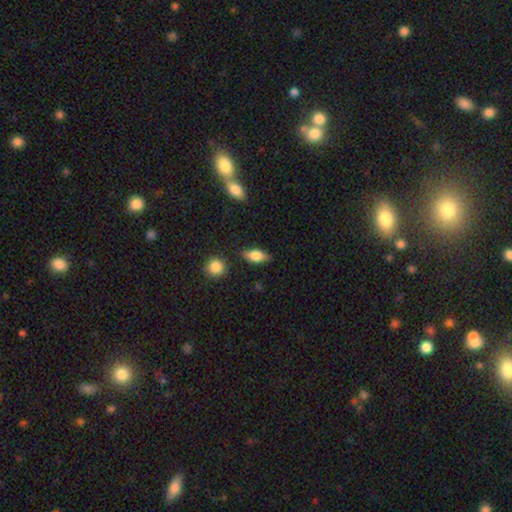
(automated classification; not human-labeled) Smooth or featured: smooth — 66% (featured or disk — 26%)
How rounded: in between — 79% (cigar-shaped — 14%)
Merging: none — 82% (minor disturbance — 12%)